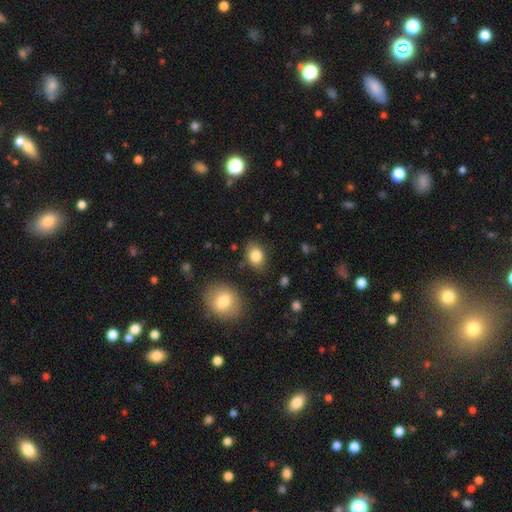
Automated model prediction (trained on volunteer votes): Smooth or featured?
  - smooth: 83% *
  - star or artifact: 9%
  - featured or disk: 8%
How rounded?
  - in between: 72% *
  - round: 27%
  - cigar-shaped: 1%
Merging?
  - none: 79% *
  - minor disturbance: 14%
  - major disturbance: 3%
  - merger: 3%